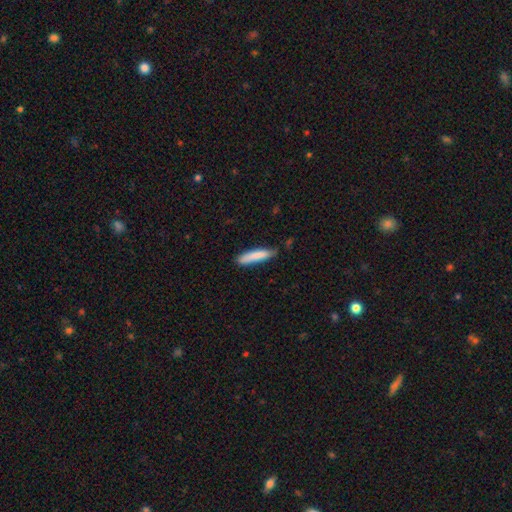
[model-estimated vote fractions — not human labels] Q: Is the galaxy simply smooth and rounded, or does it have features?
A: smooth — 84%.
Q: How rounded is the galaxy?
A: cigar-shaped — 83%.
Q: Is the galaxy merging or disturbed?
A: none — 74%.